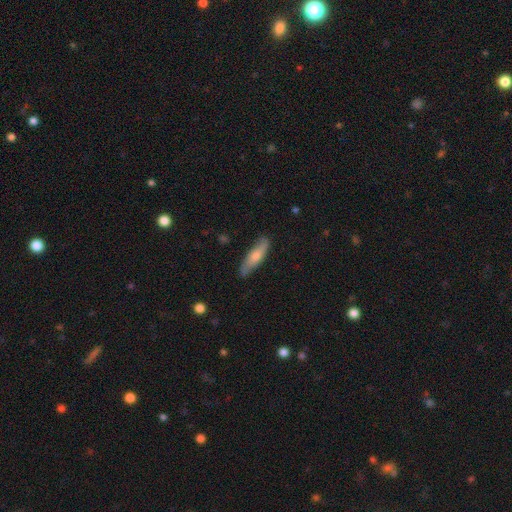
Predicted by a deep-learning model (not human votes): Smooth or featured? Predicted: smooth (p=0.55). How rounded? Predicted: cigar-shaped (p=0.69). Merging? Predicted: none (p=0.82).